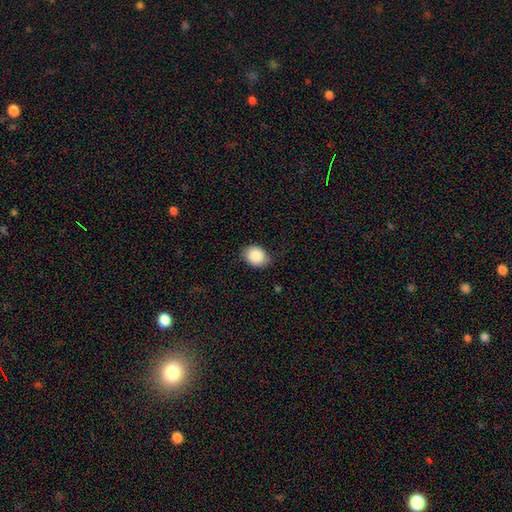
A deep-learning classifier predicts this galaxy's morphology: smooth-or-featured: smooth: 86% | star or artifact: 7% | featured or disk: 7%
  how-rounded: round: 51% | in between: 48% | cigar-shaped: 1%
  merging: none: 73% | minor disturbance: 21% | major disturbance: 5% | merger: 1%